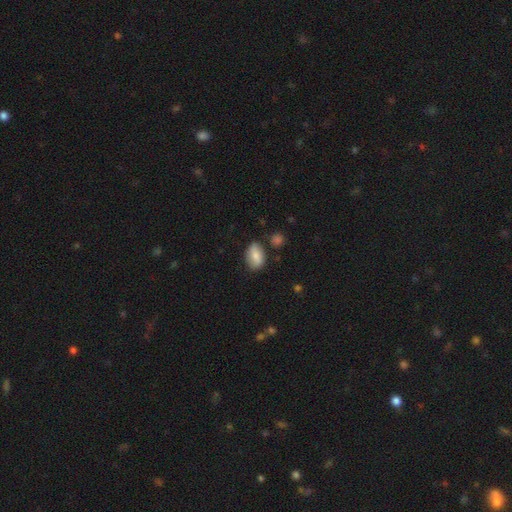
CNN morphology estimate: The model was most divided on "merging": none: 74%, minor disturbance: 19%, major disturbance: 4%, merger: 4%. More confident: how rounded — in between (87%); smooth or featured — smooth (75%).